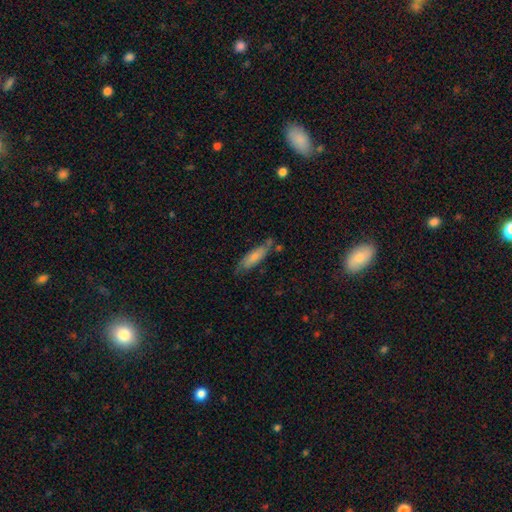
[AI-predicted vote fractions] This appears to be a smooth galaxy with no disk features (63%) that is cigar-shaped (64%). Merging: none (66%).